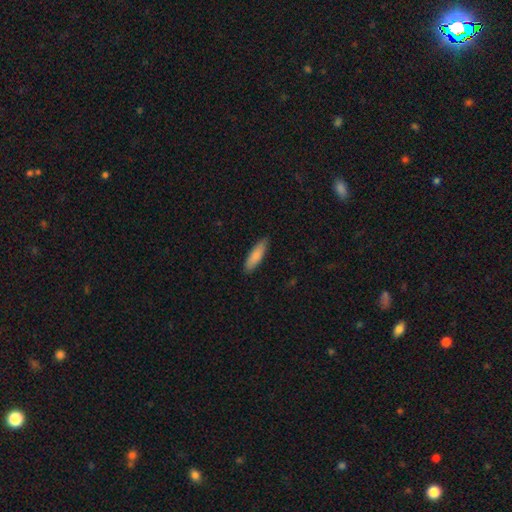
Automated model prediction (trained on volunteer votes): This is clearly a smooth galaxy (84%). How rounded: likely cigar-shaped (63%). Merging: clearly none (87%).